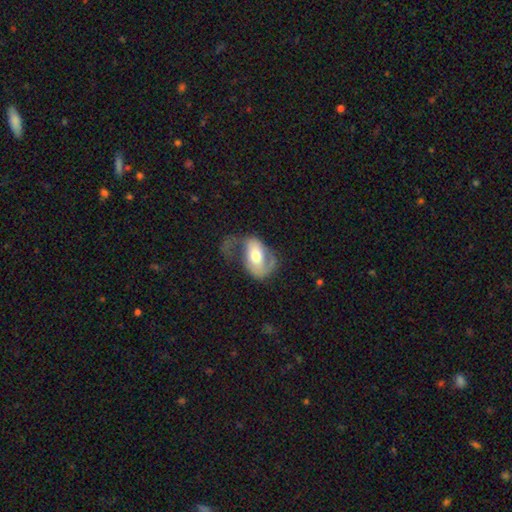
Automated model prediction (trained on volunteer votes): smooth_or_featured: featured or disk (p=0.59) [alt: smooth p=0.35]
disk_edge_on: no (p=0.95) [alt: yes p=0.05]
bar: no (p=0.52) [alt: weak p=0.29]
has_spiral_arms: yes (p=0.67) [alt: no p=0.33]
bulge_size: moderate (p=0.70) [alt: large p=0.17]
merging: major disturbance (p=0.45) [alt: none p=0.28]